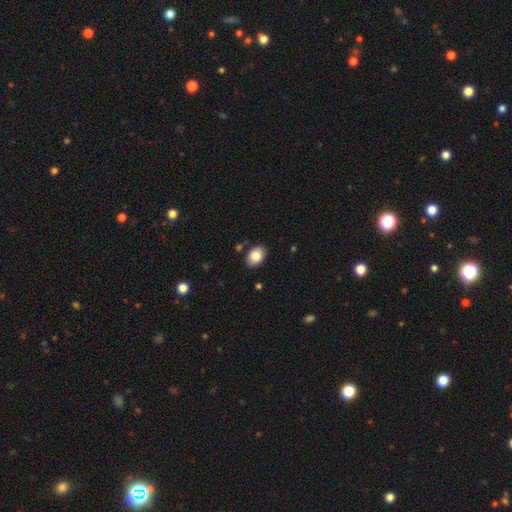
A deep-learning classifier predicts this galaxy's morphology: Overall: smooth (86%). How rounded: in between (86%). Merging: none (84%).